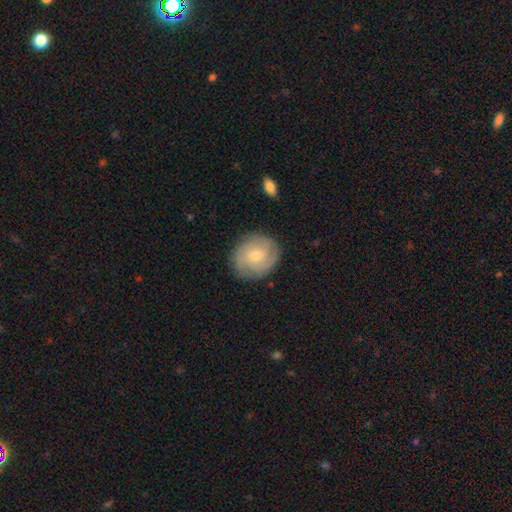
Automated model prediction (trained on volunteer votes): A featured or disk galaxy (52%) with no bar (71%), spiral arms (83%) and a small central bulge (58%).

Vote fractions:
- Smooth or featured? featured or disk: 52% / smooth: 41% / star or artifact: 7%
- Edge-on disk? no: 97% / yes: 3%
- Bar? no: 71% / weak: 26% / strong: 4%
- Spiral arms? yes: 83% / no: 17%
- Bulge size? small: 58% / moderate: 37% / large: 2% / none: 2% / dominant: 1%
- Merging? none: 82% / minor disturbance: 13% / major disturbance: 4% / merger: 1%